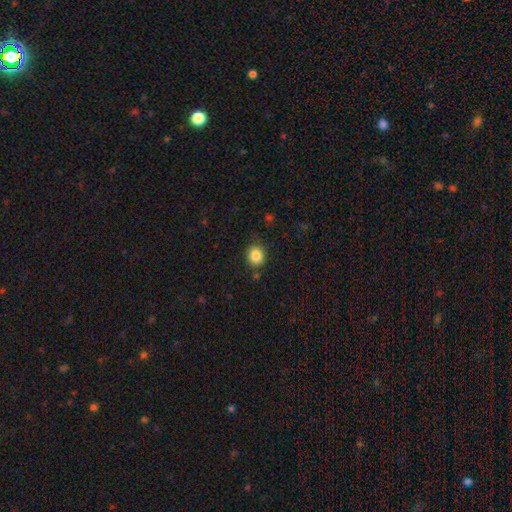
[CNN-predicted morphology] The model was most divided on "how rounded": round: 75%, in between: 24%, cigar-shaped: 1%. More confident: smooth or featured — smooth (85%); merging — none (80%).